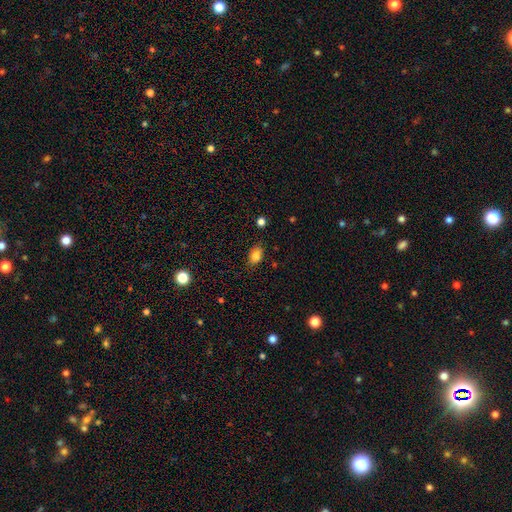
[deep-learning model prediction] smooth-or-featured: smooth: 83% | star or artifact: 10% | featured or disk: 7%
  how-rounded: in between: 83% | round: 15% | cigar-shaped: 2%
  merging: none: 81% | minor disturbance: 15% | major disturbance: 3% | merger: 1%